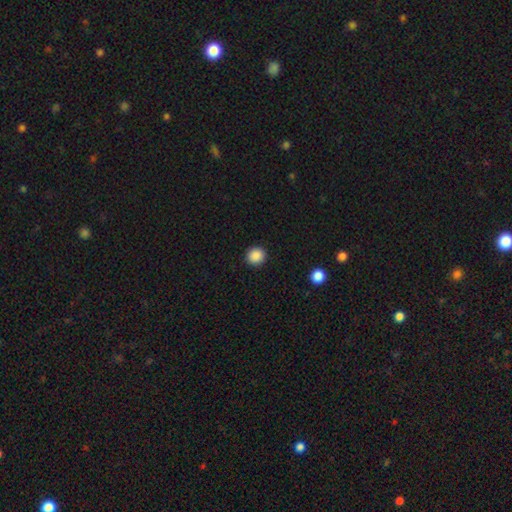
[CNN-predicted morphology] Smooth or featured?
  - smooth: 88% *
  - star or artifact: 10%
  - featured or disk: 2%
How rounded?
  - round: 93% *
  - in between: 6%
  - cigar-shaped: 1%
Merging?
  - none: 92% *
  - minor disturbance: 5%
  - major disturbance: 2%
  - merger: 1%